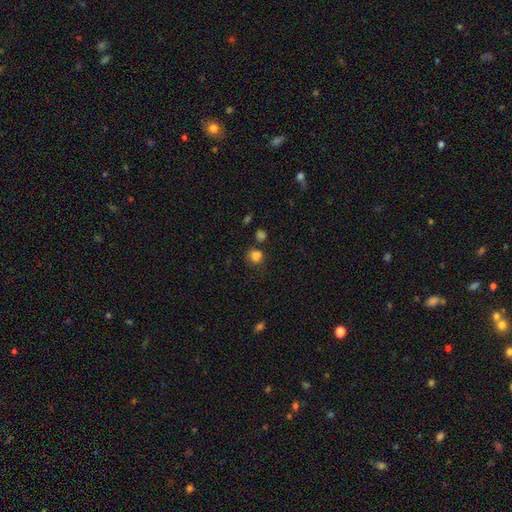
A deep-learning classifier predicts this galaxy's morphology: A smooth galaxy with no disk features (79%) that is round (75%). Merging: none (60%).